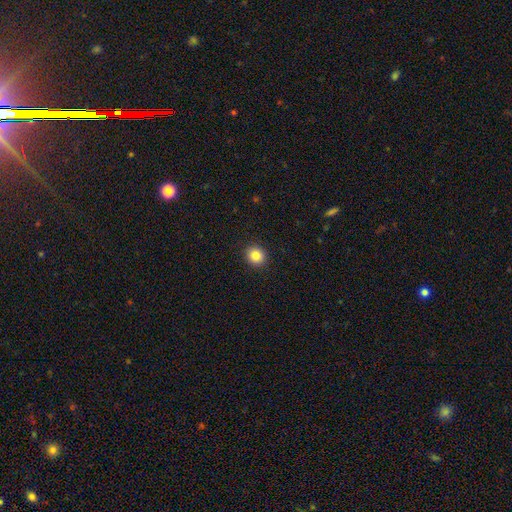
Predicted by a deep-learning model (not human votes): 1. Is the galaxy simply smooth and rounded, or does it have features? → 84% smooth, 10% star or artifact, 6% featured or disk.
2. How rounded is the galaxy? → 85% round, 14% in between, 1% cigar-shaped.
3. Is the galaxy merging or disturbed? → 92% none, 5% minor disturbance, 2% major disturbance, 1% merger.